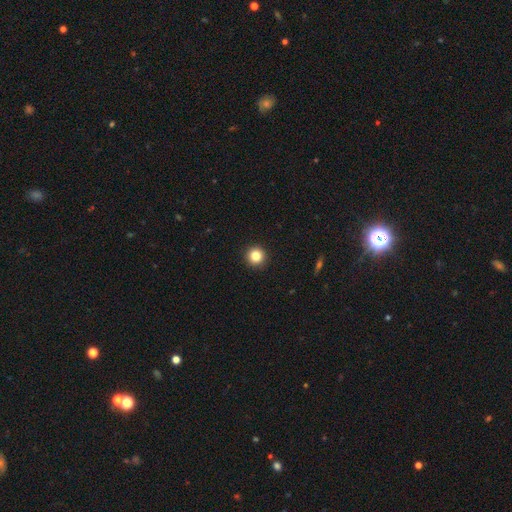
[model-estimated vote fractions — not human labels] A smooth galaxy with no disk features (83%) that is round (96%).

Vote fractions:
- Smooth or featured? smooth: 83% / star or artifact: 11% / featured or disk: 6%
- How rounded? round: 96% / in between: 3% / cigar-shaped: 1%
- Merging? none: 94% / minor disturbance: 4% / major disturbance: 1% / merger: 1%